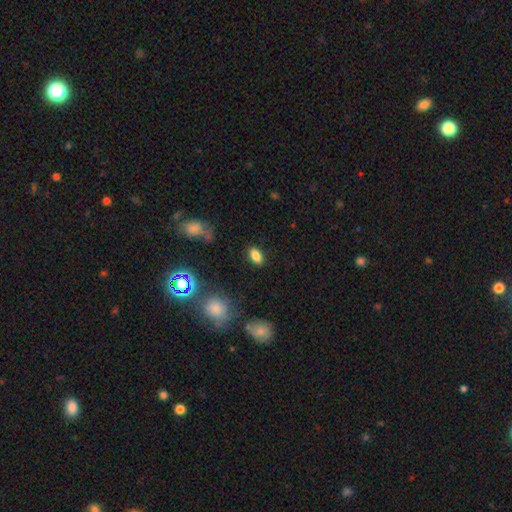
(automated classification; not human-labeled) The model was most divided on "smooth or featured": smooth: 81%, star or artifact: 11%, featured or disk: 7%. More confident: how rounded — in between (88%); merging — none (86%).